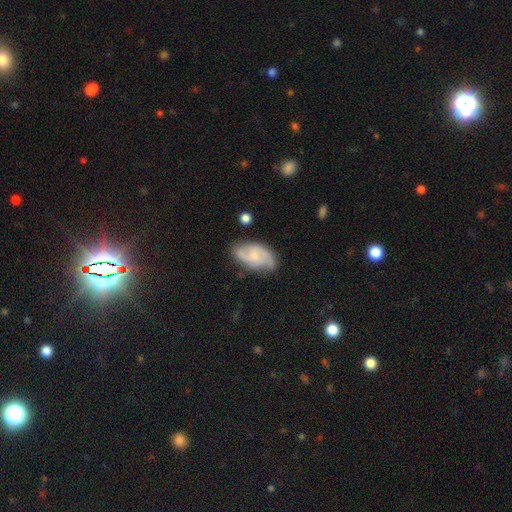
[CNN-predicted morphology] smooth-or-featured: featured or disk: 62% | smooth: 31% | star or artifact: 7%
  disk-edge-on: no: 96% | yes: 4%
    bar: no: 61% | weak: 34% | strong: 5%
    has-spiral-arms: yes: 91% | no: 9%
      spiral-winding: medium: 47% | loose: 28% | tight: 25%
      spiral-arm-count: 2: 70% | can't tell: 15% | 3: 9% | 1: 3% | 4: 2% | more than 4: 2%
    bulge-size: small: 63% | moderate: 25% | none: 10% | large: 2% | dominant: 1%
  merging: none: 68% | minor disturbance: 23% | major disturbance: 6% | merger: 3%